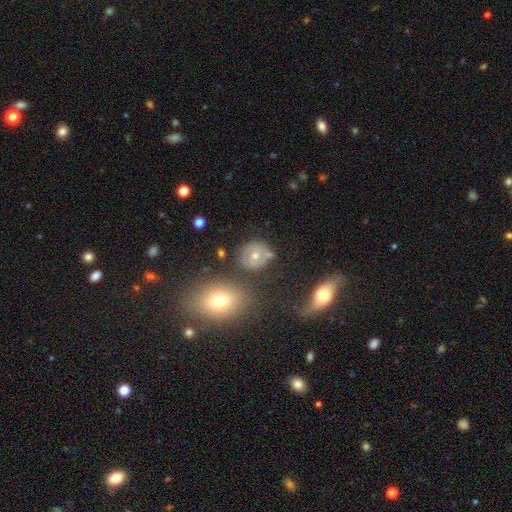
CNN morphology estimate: smooth_or_featured: smooth (p=0.52) [alt: featured or disk p=0.37]
how_rounded: round (p=0.78) [alt: in between p=0.21]
merging: none (p=0.67) [alt: minor disturbance p=0.18]